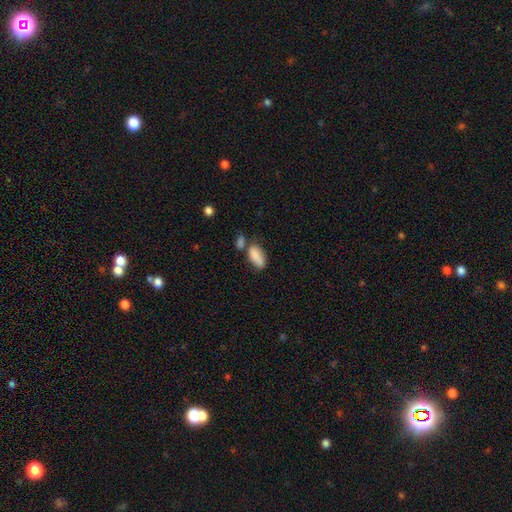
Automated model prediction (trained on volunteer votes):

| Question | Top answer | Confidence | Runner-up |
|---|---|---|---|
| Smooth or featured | smooth | 82% | featured or disk (11%) |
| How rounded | in between | 88% | cigar-shaped (8%) |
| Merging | none | 39% | merger (34%) |